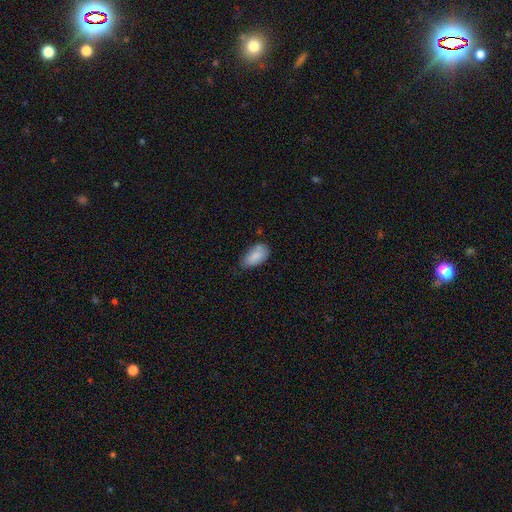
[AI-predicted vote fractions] A smooth galaxy with no disk features (85%) that is in between round and cigar-shaped (94%).

Vote fractions:
- Smooth or featured? smooth: 85% / featured or disk: 9% / star or artifact: 6%
- How rounded? in between: 94% / round: 3% / cigar-shaped: 3%
- Merging? none: 61% / minor disturbance: 31% / major disturbance: 5% / merger: 2%